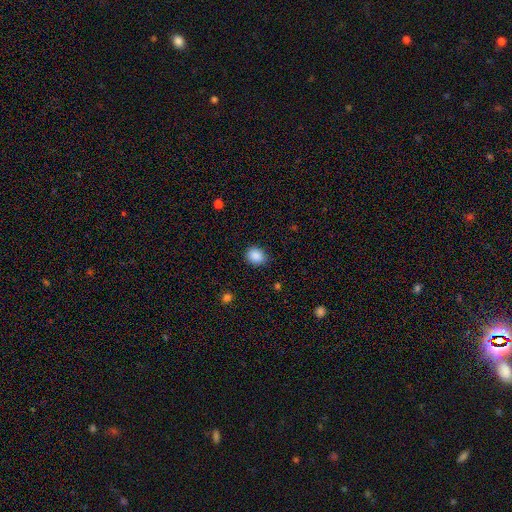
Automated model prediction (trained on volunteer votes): This appears to be a smooth galaxy with no disk features (89%) that is round (67%). Merging: none (85%).